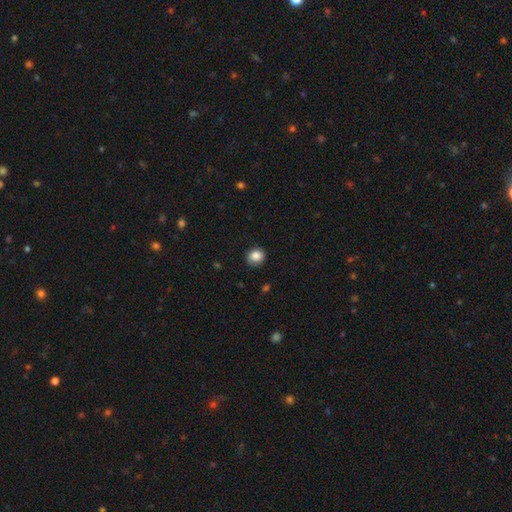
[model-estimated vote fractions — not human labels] This appears to be a smooth galaxy with no disk features (85%) that is round (75%). Merging: none (82%).